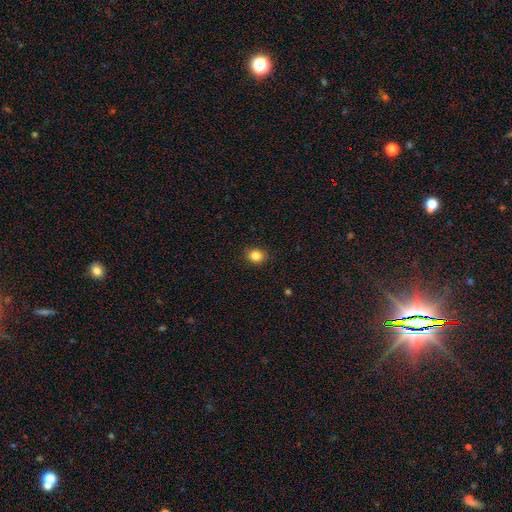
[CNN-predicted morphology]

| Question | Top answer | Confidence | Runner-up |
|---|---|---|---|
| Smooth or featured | smooth | 84% | star or artifact (11%) |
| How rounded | round | 69% | in between (30%) |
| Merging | none | 90% | minor disturbance (7%) |